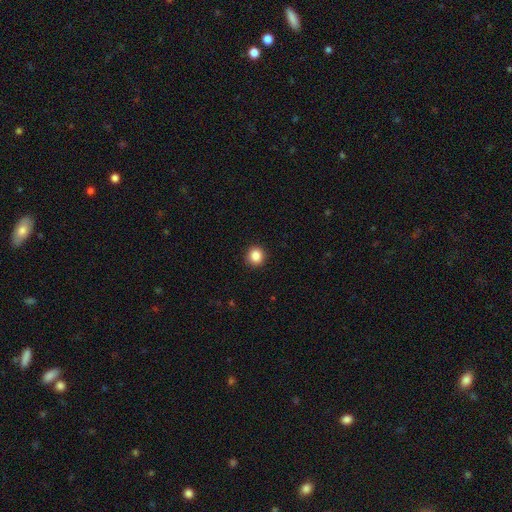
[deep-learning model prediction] smooth_or_featured: smooth (p=0.87) [alt: star or artifact p=0.10]
how_rounded: round (p=0.88) [alt: in between p=0.11]
merging: none (p=0.92) [alt: minor disturbance p=0.06]